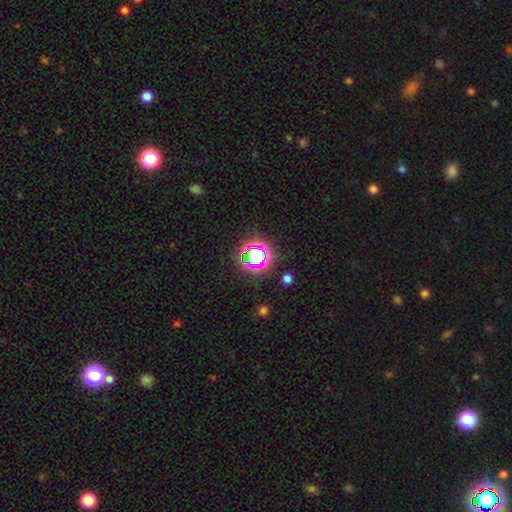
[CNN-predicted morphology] smooth-or-featured: star or artifact: 59% | smooth: 29% | featured or disk: 12%